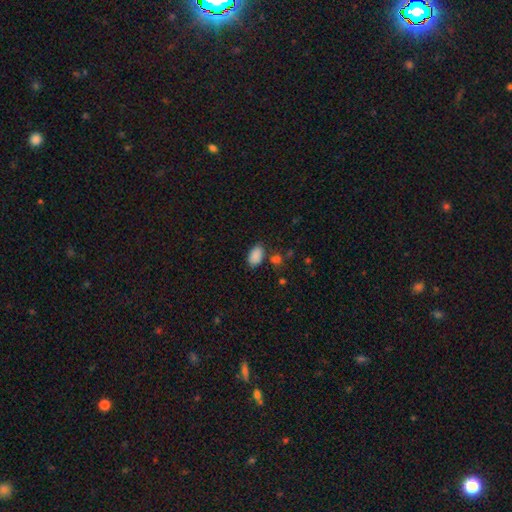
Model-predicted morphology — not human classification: Smooth or featured? smooth (88%)
How rounded? in between (92%)
Merging? none (77%)